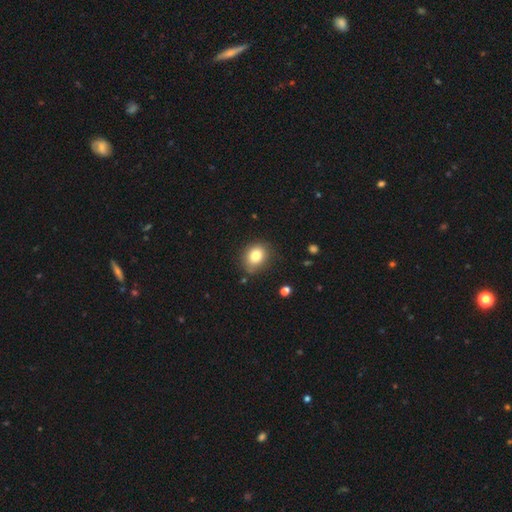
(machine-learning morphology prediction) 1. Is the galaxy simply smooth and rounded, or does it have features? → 81% smooth, 10% star or artifact, 9% featured or disk.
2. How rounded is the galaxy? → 55% round, 44% in between, 1% cigar-shaped.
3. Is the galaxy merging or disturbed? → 79% none, 16% minor disturbance, 3% major disturbance, 2% merger.